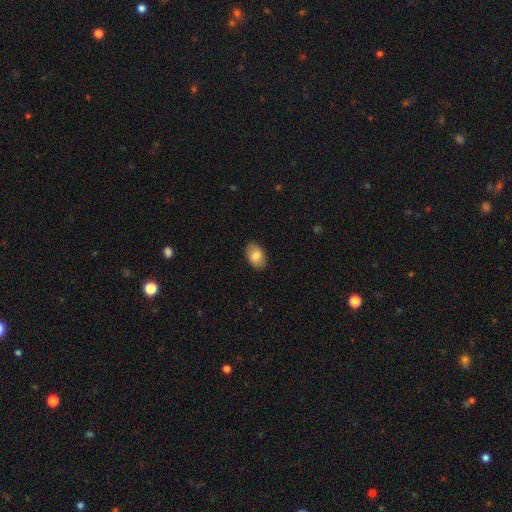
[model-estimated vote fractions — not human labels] This appears to be a smooth galaxy with no disk features (83%) that is in between round and cigar-shaped (90%). Merging: none (87%).